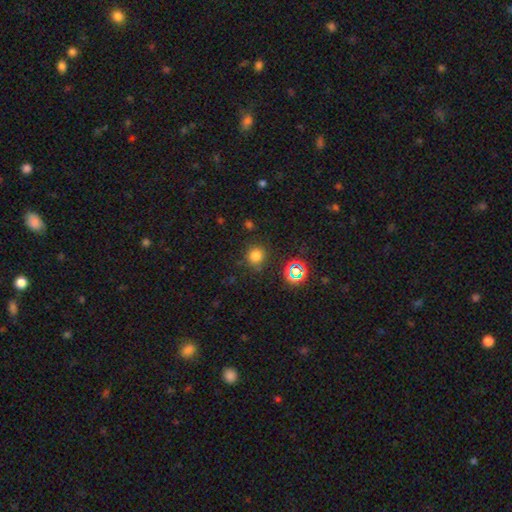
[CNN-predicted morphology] Smooth or featured: smooth — 74% (star or artifact — 21%)
How rounded: round — 89% (in between — 10%)
Merging: none — 82% (minor disturbance — 11%)